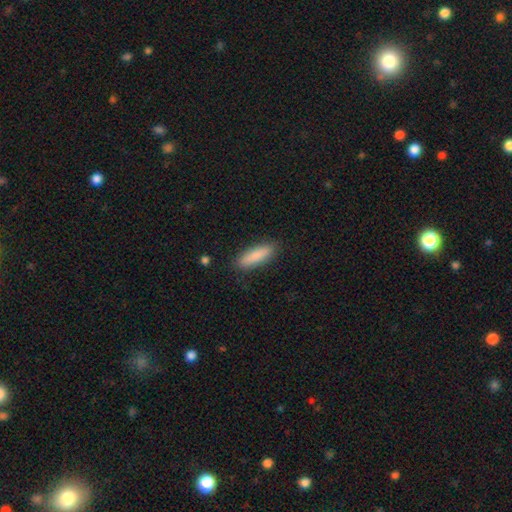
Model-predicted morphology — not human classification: The model was most divided on "how rounded": cigar-shaped: 58%, in between: 40%, round: 2%. More confident: merging — none (88%); smooth or featured — smooth (86%).